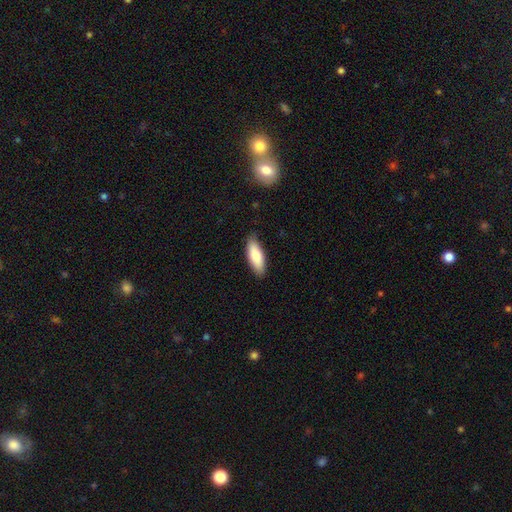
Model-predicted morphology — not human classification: Smooth or featured?
  - smooth: 81% *
  - featured or disk: 14%
  - star or artifact: 6%
How rounded?
  - in between: 67% *
  - cigar-shaped: 31%
  - round: 2%
Merging?
  - none: 86% *
  - minor disturbance: 11%
  - major disturbance: 2%
  - merger: 1%